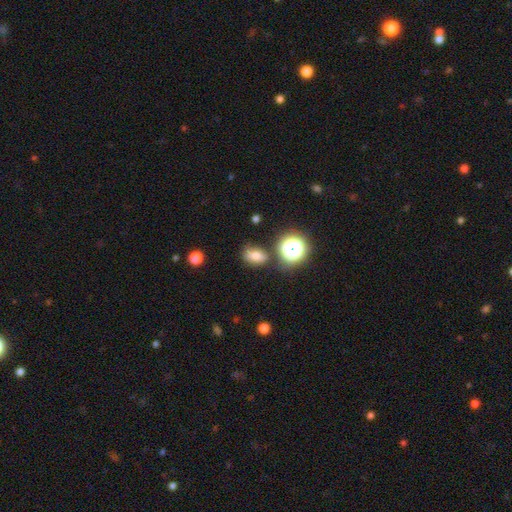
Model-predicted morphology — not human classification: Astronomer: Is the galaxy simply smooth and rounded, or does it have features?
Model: smooth — 70%.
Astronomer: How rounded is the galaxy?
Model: in between — 71%.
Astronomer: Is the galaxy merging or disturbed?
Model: none — 73%.